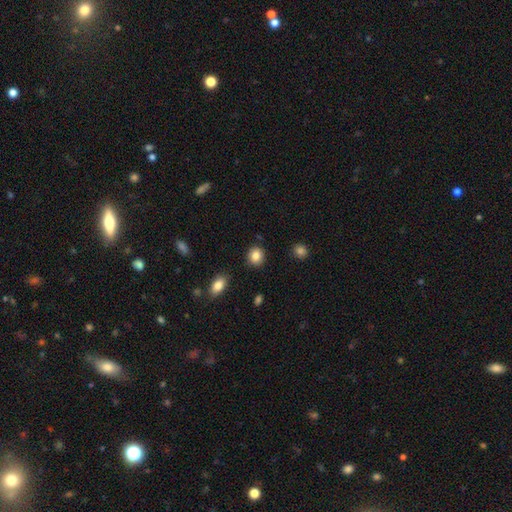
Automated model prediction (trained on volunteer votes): Smooth or featured?
  - smooth: 85% *
  - star or artifact: 9%
  - featured or disk: 6%
How rounded?
  - round: 77% *
  - in between: 22%
  - cigar-shaped: 1%
Merging?
  - none: 89% *
  - minor disturbance: 7%
  - major disturbance: 2%
  - merger: 2%